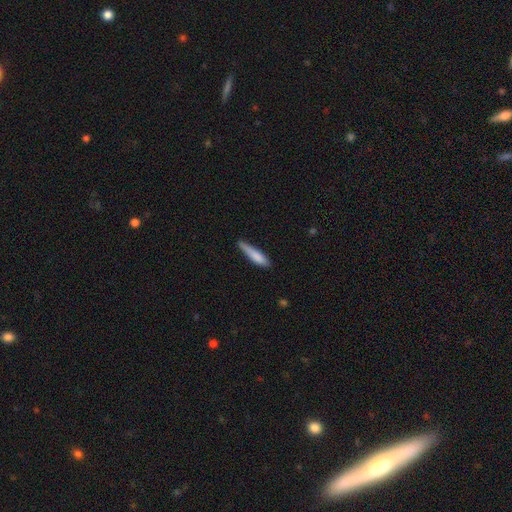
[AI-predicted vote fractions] A smooth galaxy with no disk features (80%) that is cigar-shaped (84%).

Vote fractions:
- Smooth or featured? smooth: 80% / featured or disk: 13% / star or artifact: 6%
- How rounded? cigar-shaped: 84% / in between: 15% / round: 1%
- Merging? none: 61% / minor disturbance: 31% / major disturbance: 5% / merger: 2%